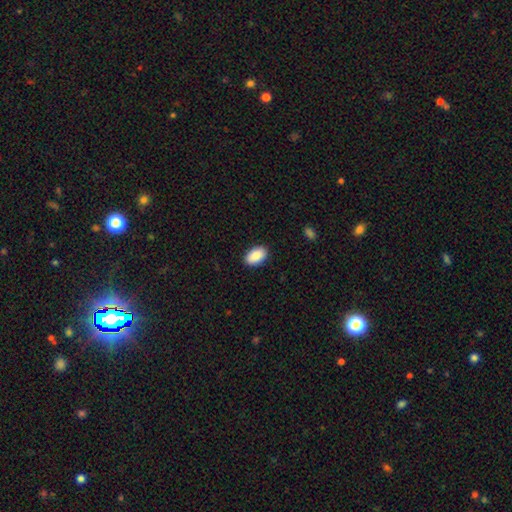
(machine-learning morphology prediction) smooth_or_featured: smooth (p=0.90) [alt: star or artifact p=0.06]
how_rounded: in between (p=0.94) [alt: round p=0.05]
merging: none (p=0.89) [alt: minor disturbance p=0.08]